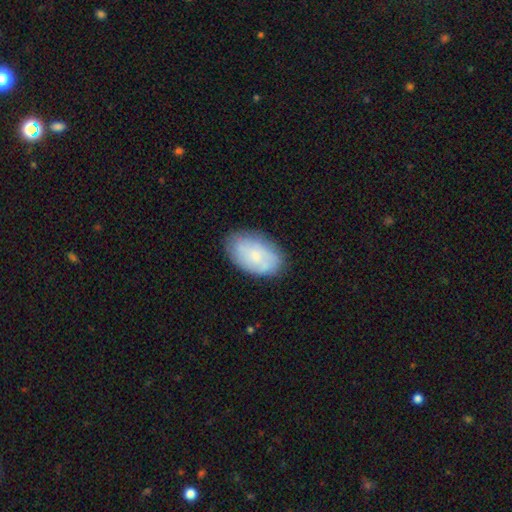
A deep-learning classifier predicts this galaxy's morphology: Q: Smooth or featured?
A: smooth (58%); runner-up: featured or disk (35%)
Q: How rounded?
A: in between (92%); runner-up: round (6%)
Q: Merging?
A: none (77%); runner-up: minor disturbance (17%)